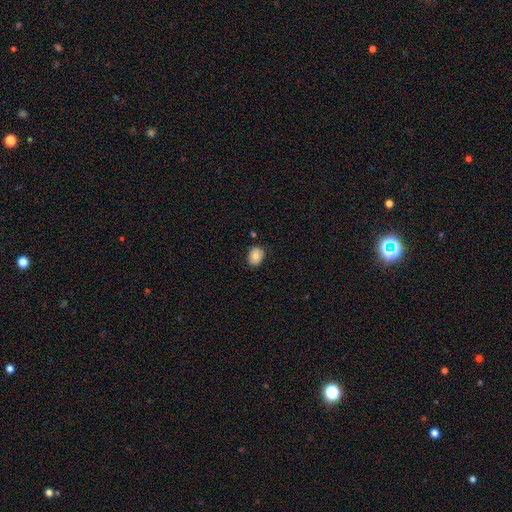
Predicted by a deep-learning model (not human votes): A smooth galaxy with no disk features (81%) that is in between round and cigar-shaped (52%). Merging: none (80%).